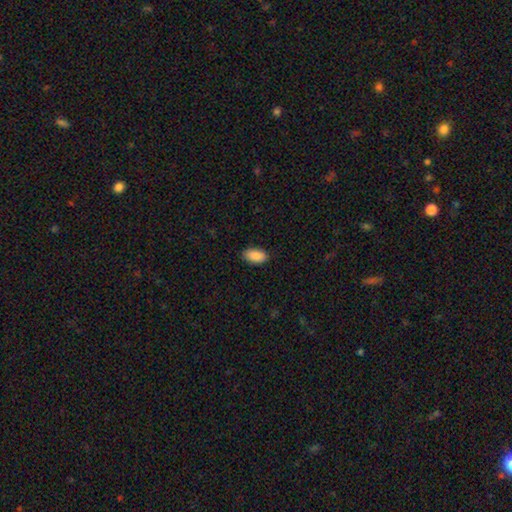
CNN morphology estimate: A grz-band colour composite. It shows a smooth galaxy with no disk features (89%) that is in between round and cigar-shaped (94%). Merging: none (88%).